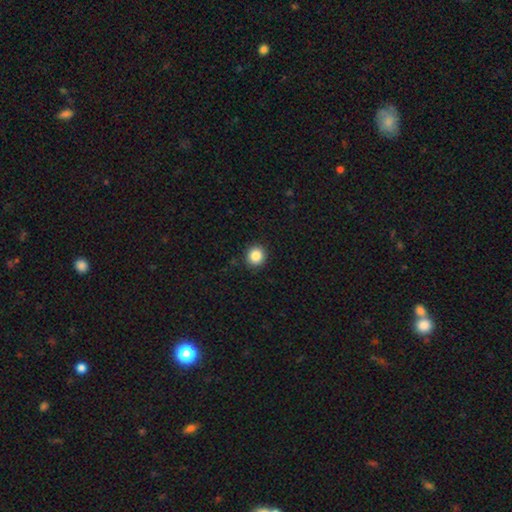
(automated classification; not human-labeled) This is clearly a smooth galaxy (87%). How rounded: clearly round (90%). Merging: clearly none (91%).